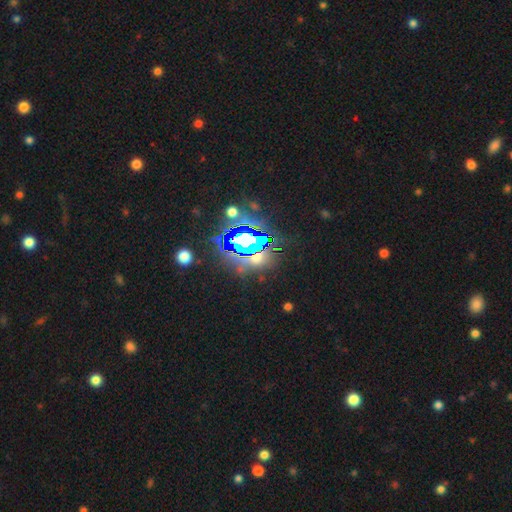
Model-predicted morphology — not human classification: Smooth or featured? Predicted: star or artifact (p=0.74).